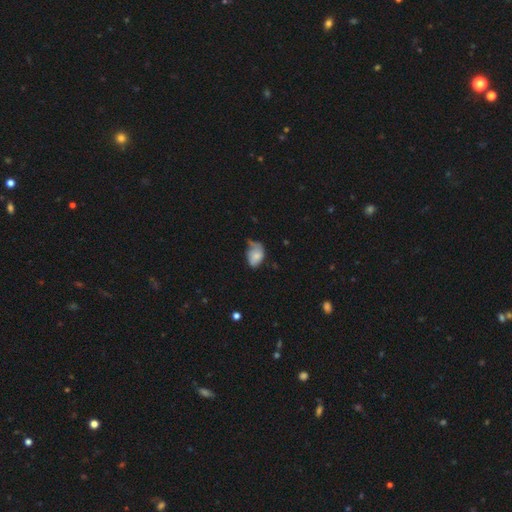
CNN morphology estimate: Smooth or featured? smooth (71%)
How rounded? in between (84%)
Merging? minor disturbance (41%)